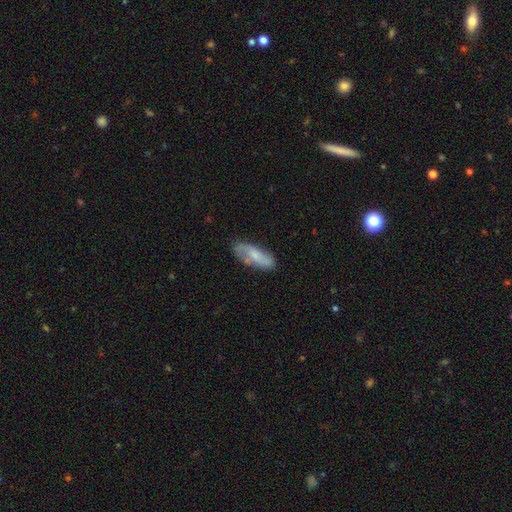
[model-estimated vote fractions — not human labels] This is possibly a smooth galaxy (50%). Merging: likely none (72%).